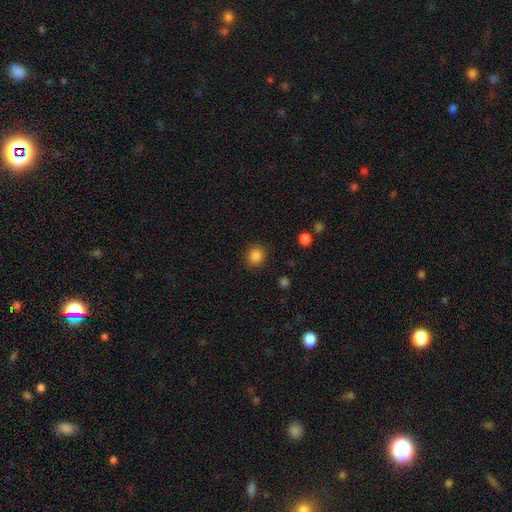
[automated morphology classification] type=smooth (86%); roundness=round (81%); merging=none (87%).